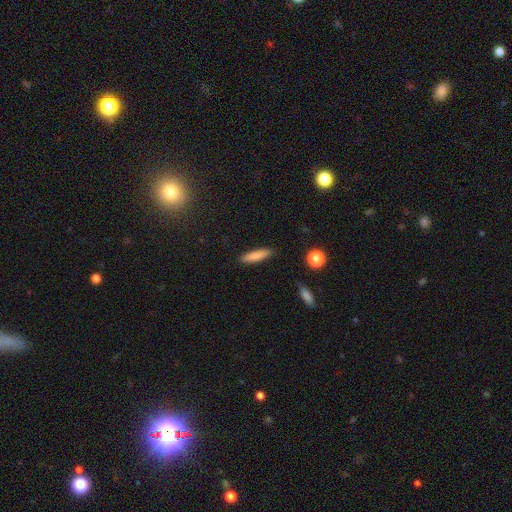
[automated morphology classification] Overall: smooth (83%). How rounded: cigar-shaped (78%). Merging: none (88%).